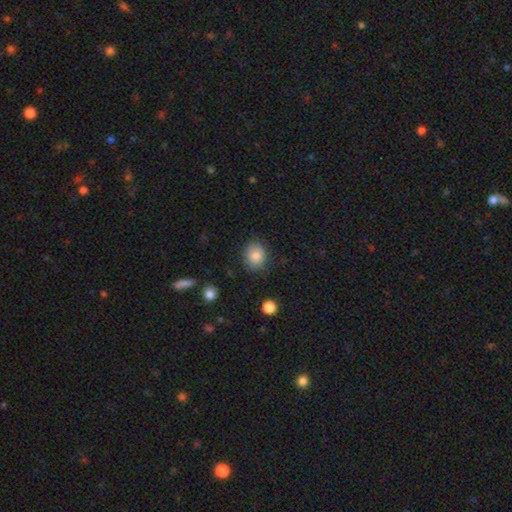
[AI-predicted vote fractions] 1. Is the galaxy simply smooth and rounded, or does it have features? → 85% smooth, 9% star or artifact, 6% featured or disk.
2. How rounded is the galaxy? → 69% round, 30% in between, 1% cigar-shaped.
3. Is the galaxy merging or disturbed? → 81% none, 14% minor disturbance, 3% major disturbance, 2% merger.